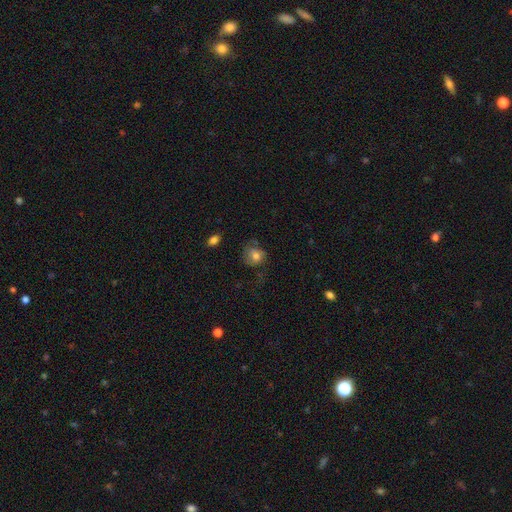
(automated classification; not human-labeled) The model was most divided on "merging": none: 50%, minor disturbance: 26%, major disturbance: 22%, merger: 2%. More confident: smooth or featured — smooth (67%); how rounded — round (64%).